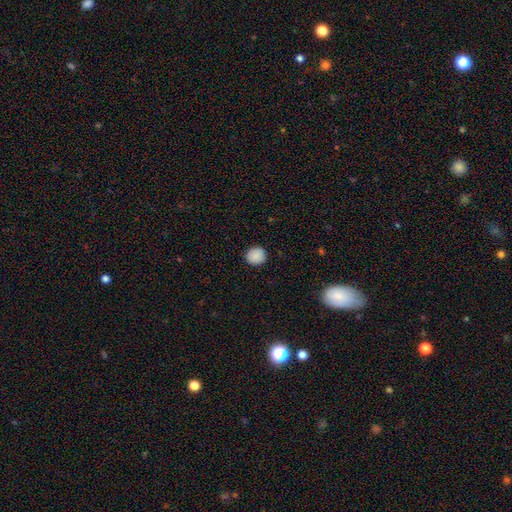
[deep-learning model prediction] This appears to be a smooth galaxy with no disk features (89%) that is round (89%). Merging: none (91%).